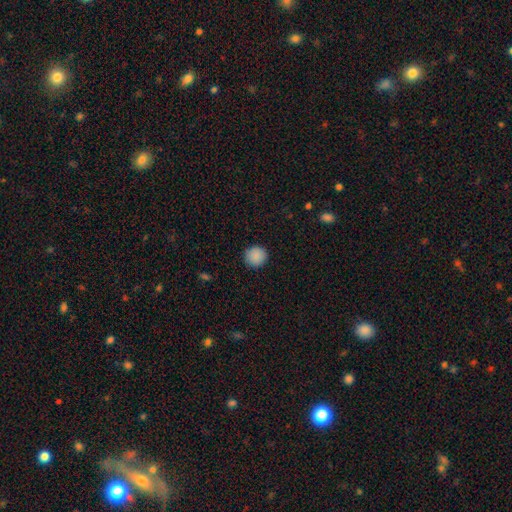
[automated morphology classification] A smooth galaxy with no disk features (89%) that is round (93%).

Vote fractions:
- Smooth or featured? smooth: 89% / star or artifact: 8% / featured or disk: 3%
- How rounded? round: 93% / in between: 6% / cigar-shaped: 1%
- Merging? none: 90% / minor disturbance: 7% / major disturbance: 2% / merger: 1%